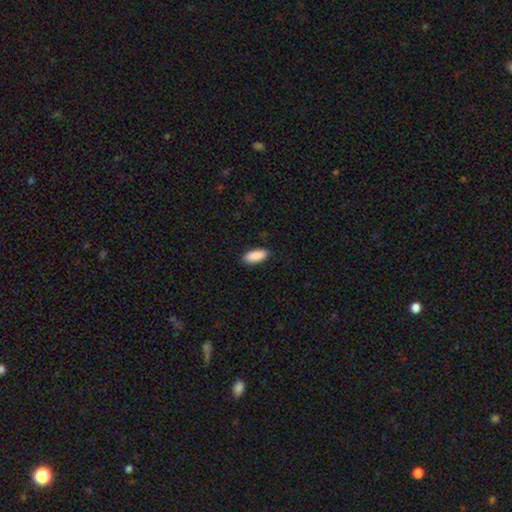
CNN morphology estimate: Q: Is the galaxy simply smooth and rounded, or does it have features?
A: smooth — 91%.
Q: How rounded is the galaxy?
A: in between — 80%.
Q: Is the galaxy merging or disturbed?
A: none — 89%.